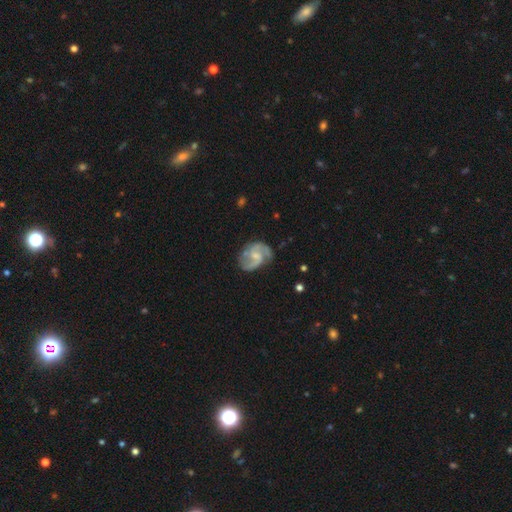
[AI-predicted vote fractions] Smooth or featured: featured or disk — 85% (smooth — 10%)
Edge-on disk: no — 98% (yes — 2%)
Bar: weak — 52% (no — 37%)
Spiral arms: yes — 95% (no — 5%)
Spiral winding: medium — 53% (loose — 32%)
Spiral arm count: 2 — 87% (can't tell — 5%)
Bulge size: small — 50% (moderate — 27%)
Merging: none — 67% (minor disturbance — 21%)